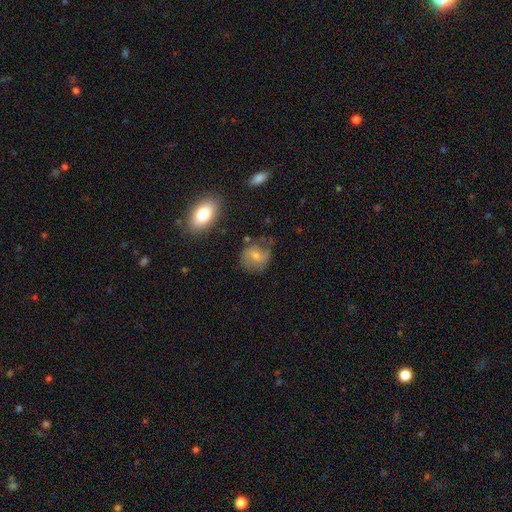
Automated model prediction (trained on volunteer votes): smooth-or-featured: smooth: 51% | featured or disk: 38% | star or artifact: 11%
  how-rounded: round: 70% | in between: 29% | cigar-shaped: 1%
  merging: none: 56% | minor disturbance: 27% | major disturbance: 14% | merger: 4%